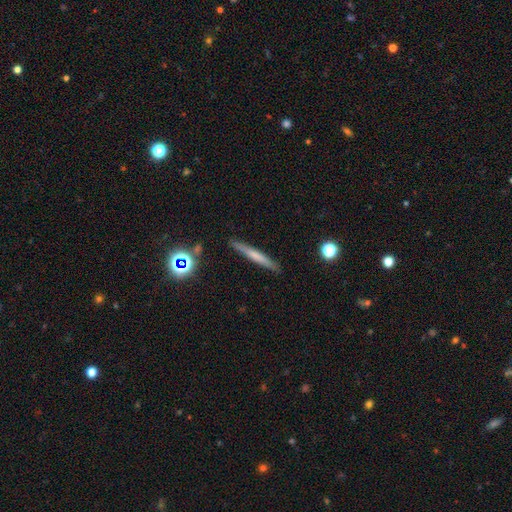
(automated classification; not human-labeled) A smooth galaxy with no disk features (54%) that is cigar-shaped (95%).

Vote fractions:
- Smooth or featured? smooth: 54% / featured or disk: 36% / star or artifact: 9%
- How rounded? cigar-shaped: 95% / in between: 3% / round: 2%
- Merging? none: 89% / minor disturbance: 8% / major disturbance: 2% / merger: 2%